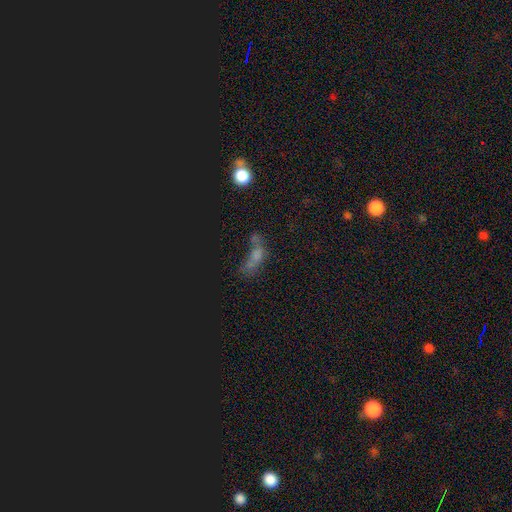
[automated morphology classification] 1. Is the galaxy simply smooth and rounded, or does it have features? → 47% smooth, 30% star or artifact, 23% featured or disk.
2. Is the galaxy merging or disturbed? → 30% none, 27% merger, 26% major disturbance, 17% minor disturbance.